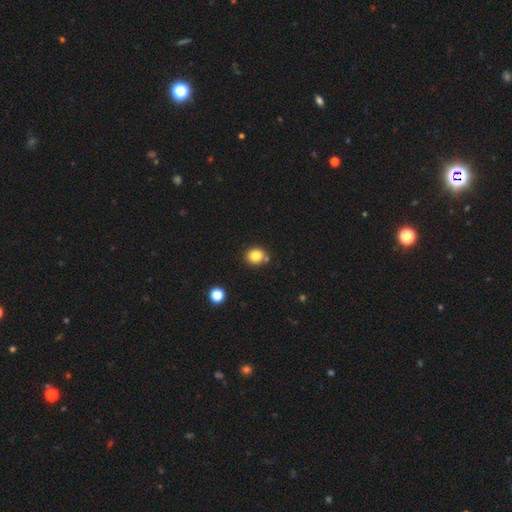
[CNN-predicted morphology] Smooth or featured?
  - smooth: 83% *
  - star or artifact: 11%
  - featured or disk: 6%
How rounded?
  - round: 75% *
  - in between: 24%
  - cigar-shaped: 1%
Merging?
  - none: 76% *
  - minor disturbance: 11%
  - merger: 11%
  - major disturbance: 3%